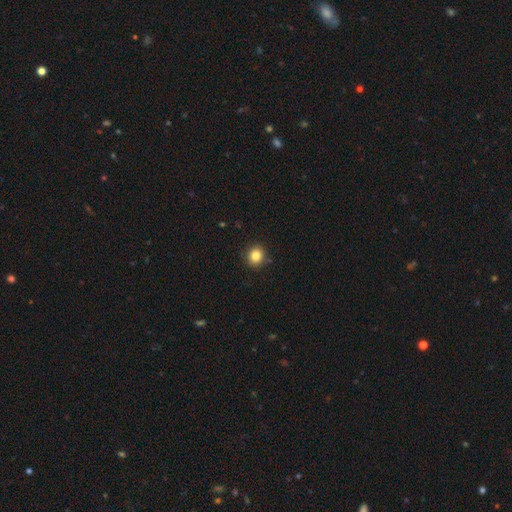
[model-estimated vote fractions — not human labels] This appears to be a smooth galaxy with no disk features (84%) that is round (82%). Merging: none (89%).